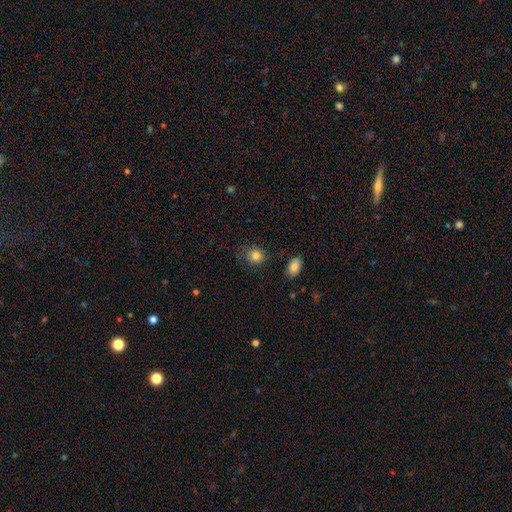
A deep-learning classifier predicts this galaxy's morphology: A smooth galaxy with no disk features (83%) that is round (74%). Merging: none (79%).